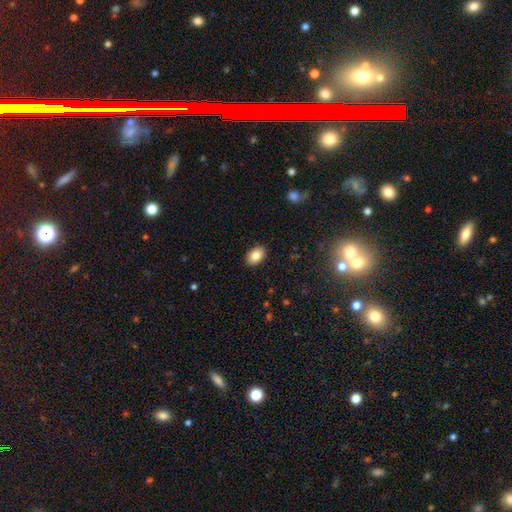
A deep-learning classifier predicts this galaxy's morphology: This appears to be a smooth galaxy with no disk features (84%) that is in between round and cigar-shaped (83%). Merging: none (89%).